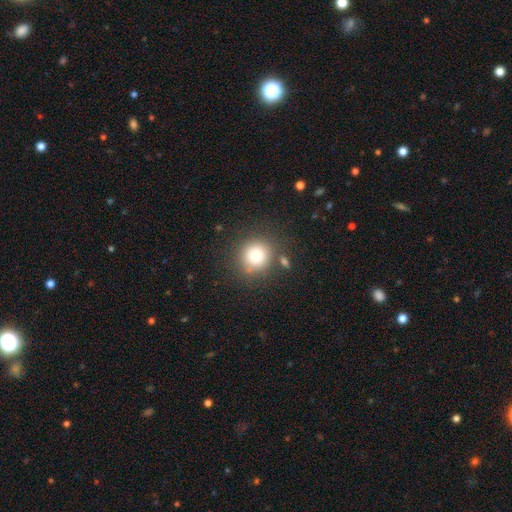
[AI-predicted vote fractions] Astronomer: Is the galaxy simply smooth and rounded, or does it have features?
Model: smooth — 79%.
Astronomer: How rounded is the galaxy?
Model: round — 90%.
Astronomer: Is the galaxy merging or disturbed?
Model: none — 78%.